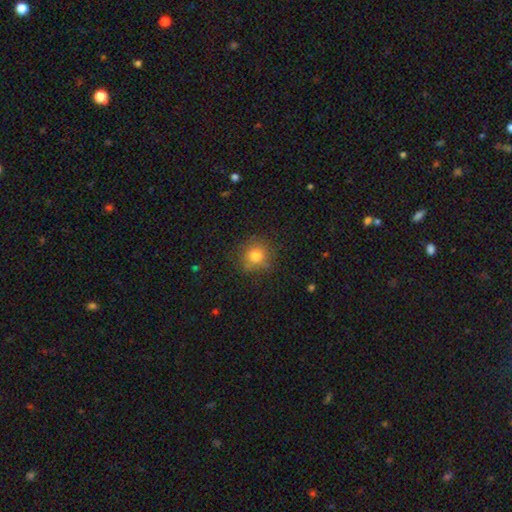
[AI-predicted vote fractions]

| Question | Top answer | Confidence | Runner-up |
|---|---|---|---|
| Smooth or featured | smooth | 78% | star or artifact (14%) |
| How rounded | round | 91% | in between (8%) |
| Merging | none | 83% | minor disturbance (12%) |